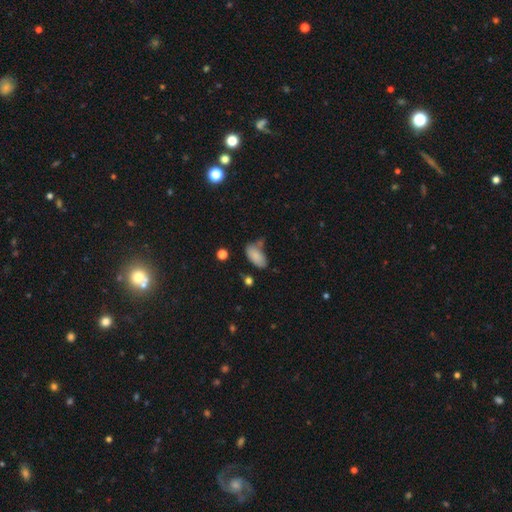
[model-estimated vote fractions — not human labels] Q: Smooth or featured?
A: smooth (84%); runner-up: star or artifact (8%)
Q: How rounded?
A: in between (92%); runner-up: cigar-shaped (4%)
Q: Merging?
A: none (55%); runner-up: minor disturbance (27%)